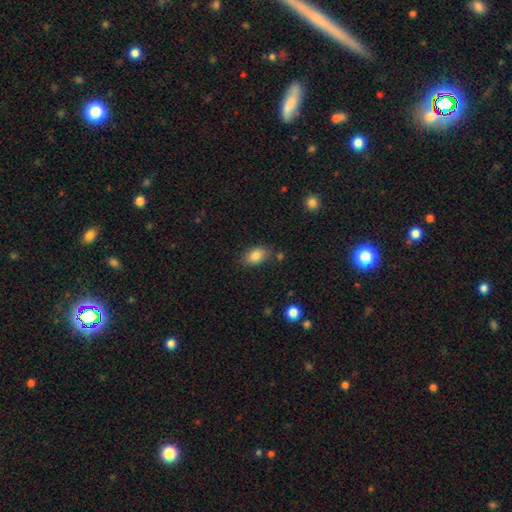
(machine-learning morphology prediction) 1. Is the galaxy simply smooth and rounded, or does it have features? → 84% smooth, 8% star or artifact, 8% featured or disk.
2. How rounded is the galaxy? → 90% in between, 8% round, 2% cigar-shaped.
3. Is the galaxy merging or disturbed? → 79% none, 14% minor disturbance, 4% merger, 3% major disturbance.